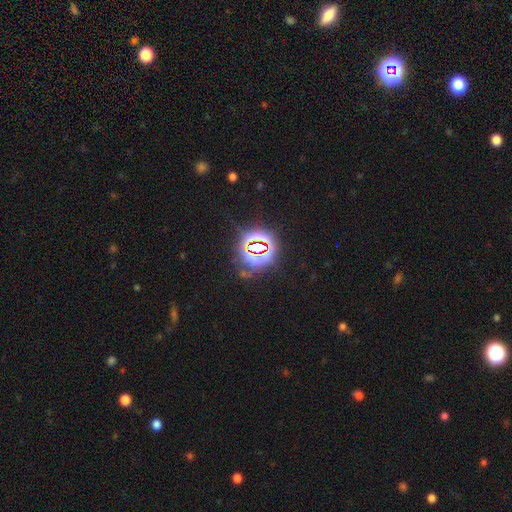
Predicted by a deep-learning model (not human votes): The model was most divided on "smooth or featured": star or artifact: 80%, smooth: 12%, featured or disk: 8%.